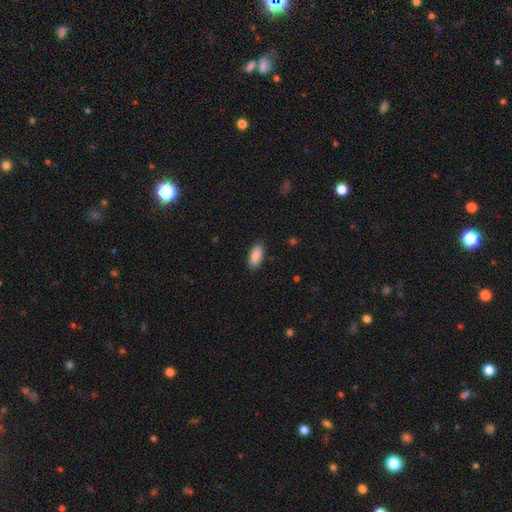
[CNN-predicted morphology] smooth_or_featured: smooth (p=0.89) [alt: star or artifact p=0.06]
how_rounded: in between (p=0.89) [alt: cigar-shaped p=0.09]
merging: none (p=0.88) [alt: minor disturbance p=0.09]